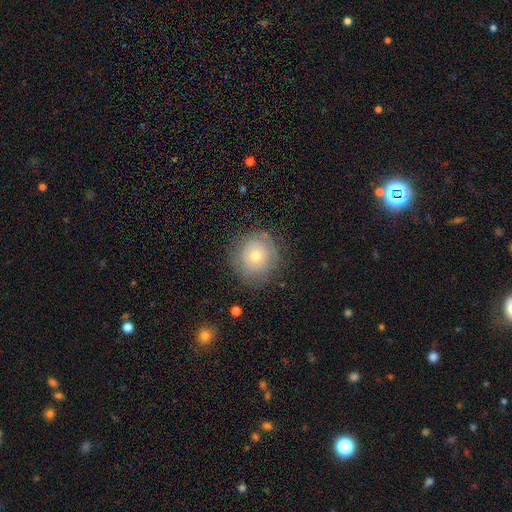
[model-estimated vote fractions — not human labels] smooth 47%, featured or disk 43%, star or artifact 10%. Down the decision tree: merging — none (80%).